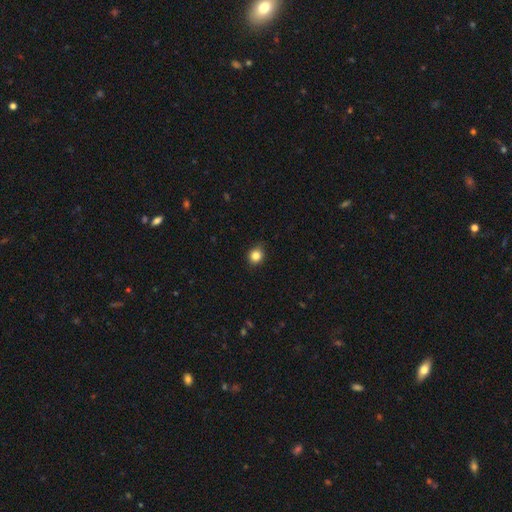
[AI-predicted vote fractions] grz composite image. It shows a smooth galaxy with no disk features (84%) that is round (76%). Merging: none (85%).